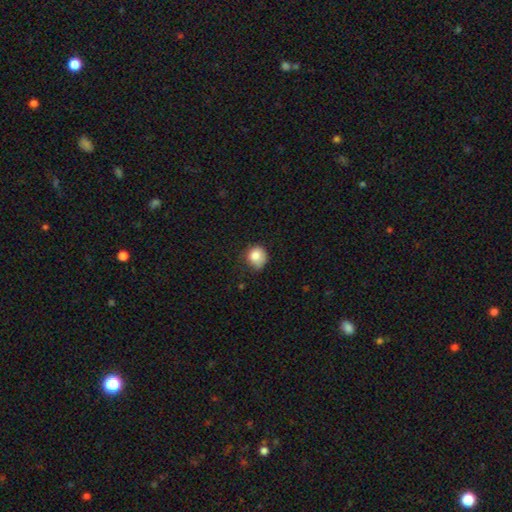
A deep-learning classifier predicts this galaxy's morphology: Smooth or featured? smooth (82%)
How rounded? round (77%)
Merging? none (55%)